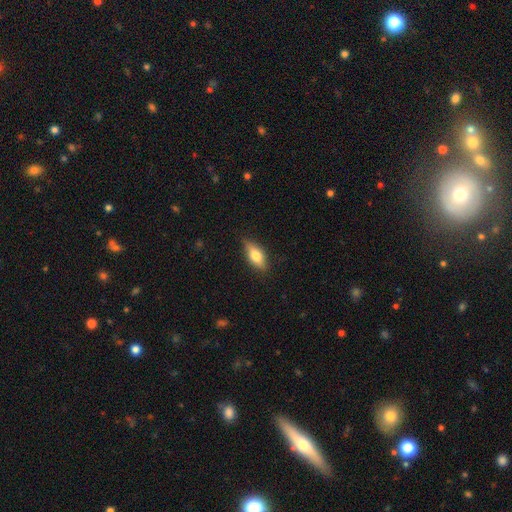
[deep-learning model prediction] smooth_or_featured: smooth (p=0.73) [alt: featured or disk p=0.20]
how_rounded: in between (p=0.79) [alt: cigar-shaped p=0.17]
merging: none (p=0.79) [alt: minor disturbance p=0.17]